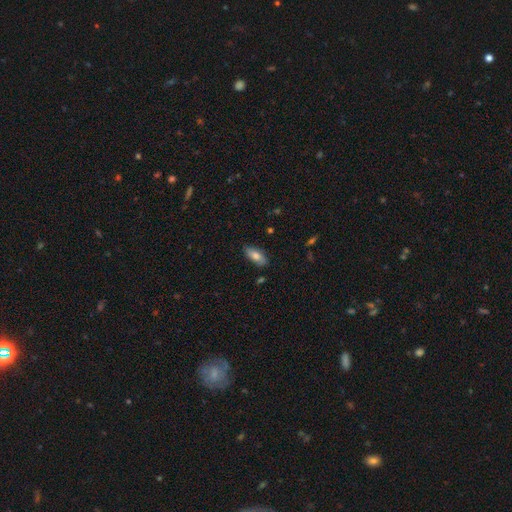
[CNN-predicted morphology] A smooth galaxy with no disk features (75%) that is in between round and cigar-shaped (82%). Merging: none (83%).